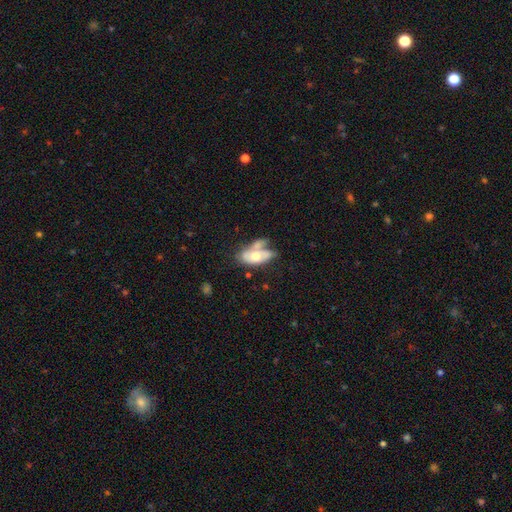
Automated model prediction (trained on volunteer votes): Overall: smooth (49%; featured or disk 44%). Merging: merger (47%; none 22%).